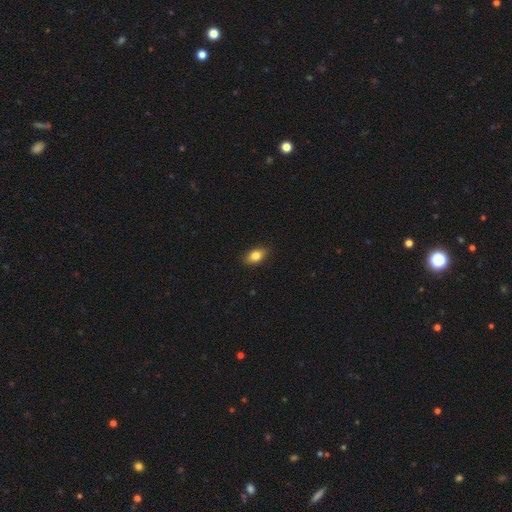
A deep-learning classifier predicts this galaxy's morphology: The model was most divided on "smooth or featured": smooth: 83%, featured or disk: 9%, star or artifact: 8%. More confident: merging — none (88%); how rounded — in between (87%).